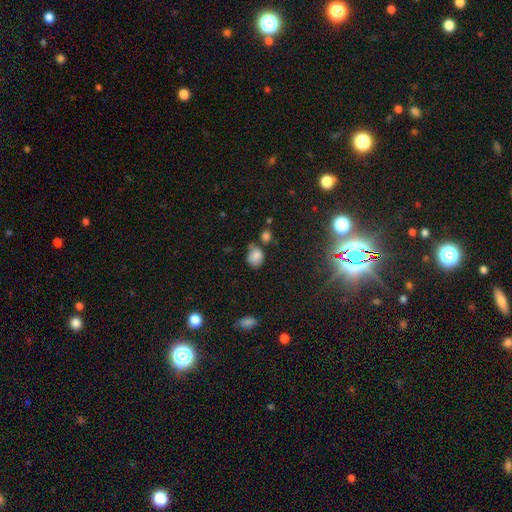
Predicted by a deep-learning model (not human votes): This is likely a smooth galaxy (80%). How rounded: possibly round (50%). Merging: possibly none (50%).